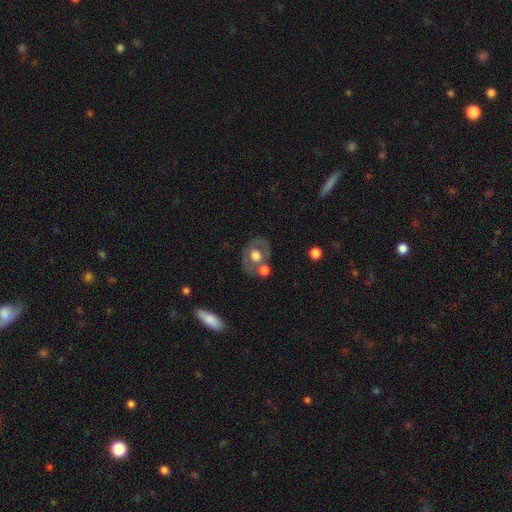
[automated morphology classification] Q: Smooth or featured?
A: featured or disk (49%); runner-up: smooth (44%)
Q: Merging?
A: none (56%); runner-up: merger (23%)